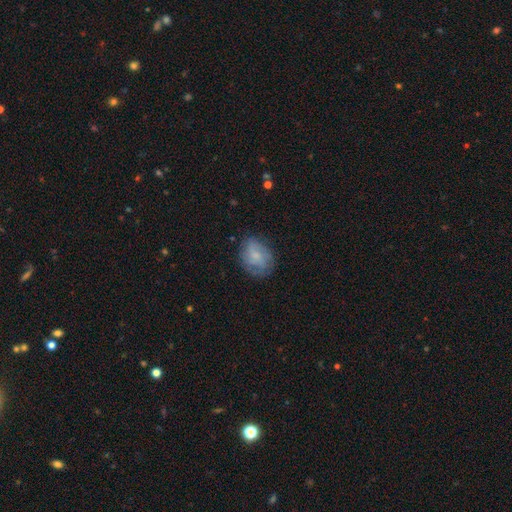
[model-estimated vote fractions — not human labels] Smooth or featured: smooth — 50% (featured or disk — 41%)
How rounded: in between — 58% (round — 40%)
Merging: none — 71% (minor disturbance — 20%)